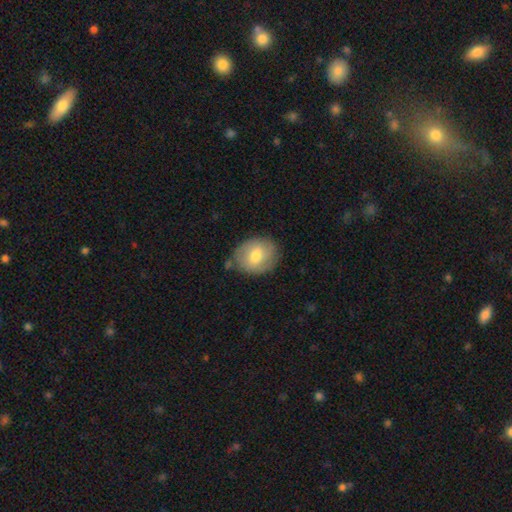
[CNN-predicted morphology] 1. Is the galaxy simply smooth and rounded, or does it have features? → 67% smooth, 26% featured or disk, 7% star or artifact.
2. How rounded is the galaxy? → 53% round, 46% in between, 1% cigar-shaped.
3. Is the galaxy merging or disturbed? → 74% none, 19% minor disturbance, 4% major disturbance, 3% merger.